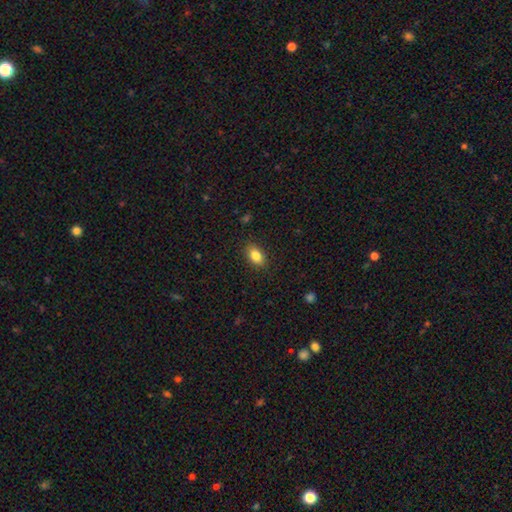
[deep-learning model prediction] This appears to be a smooth galaxy with no disk features (85%) that is in between round and cigar-shaped (87%). Merging: none (88%).